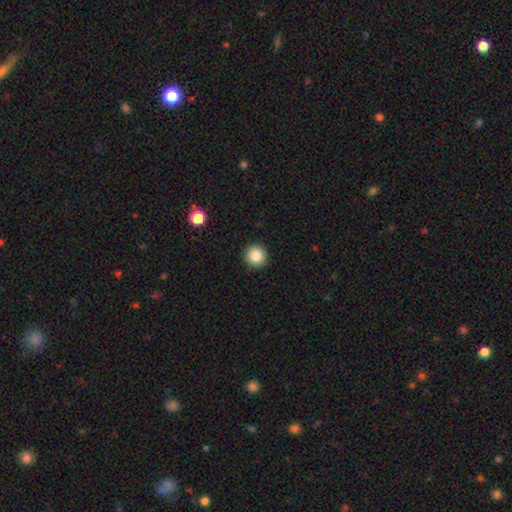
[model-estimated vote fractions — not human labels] Smooth or featured: smooth — 85% (star or artifact — 10%)
How rounded: round — 95% (in between — 4%)
Merging: none — 93% (minor disturbance — 4%)